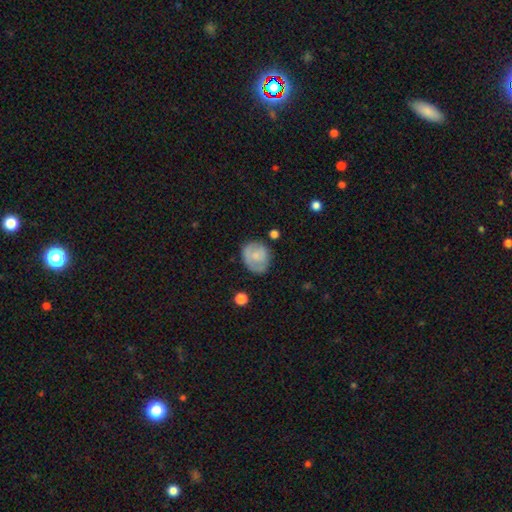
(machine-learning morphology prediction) Smooth or featured?
  - smooth: 65% *
  - featured or disk: 27%
  - star or artifact: 8%
How rounded?
  - round: 66% *
  - in between: 33%
  - cigar-shaped: 1%
Merging?
  - none: 62% *
  - minor disturbance: 26%
  - major disturbance: 9%
  - merger: 3%